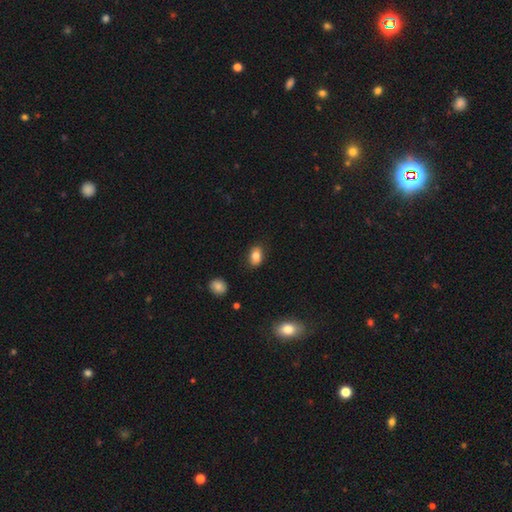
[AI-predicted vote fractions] This appears to be a smooth galaxy with no disk features (82%) that is in between round and cigar-shaped (84%). Merging: none (83%).